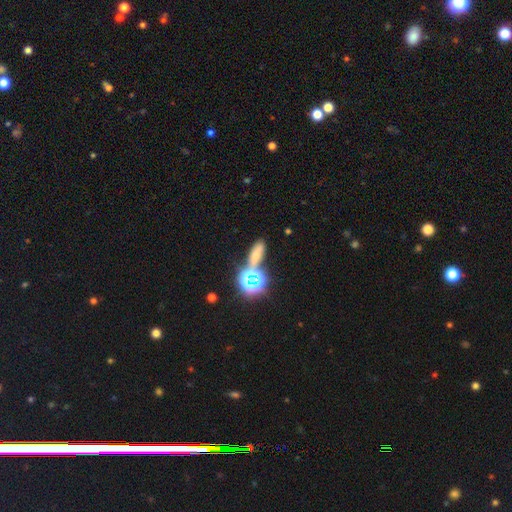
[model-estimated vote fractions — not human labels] Smooth or featured? Predicted: smooth (p=0.53). How rounded? Predicted: in between (p=0.55). Merging? Predicted: none (p=0.62).